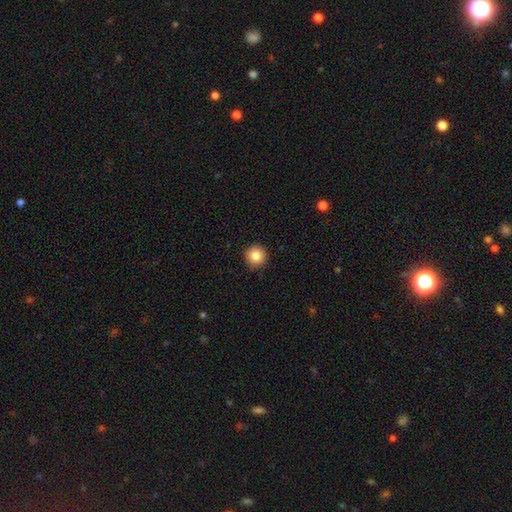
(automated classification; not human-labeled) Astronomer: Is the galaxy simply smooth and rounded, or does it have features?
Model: smooth — 84%.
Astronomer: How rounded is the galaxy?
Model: round — 96%.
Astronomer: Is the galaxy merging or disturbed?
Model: none — 90%.